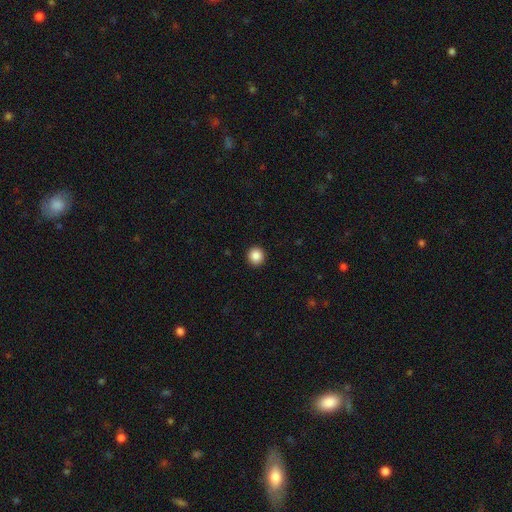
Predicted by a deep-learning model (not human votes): A smooth galaxy with no disk features (87%) that is round (95%). Merging: none (93%).